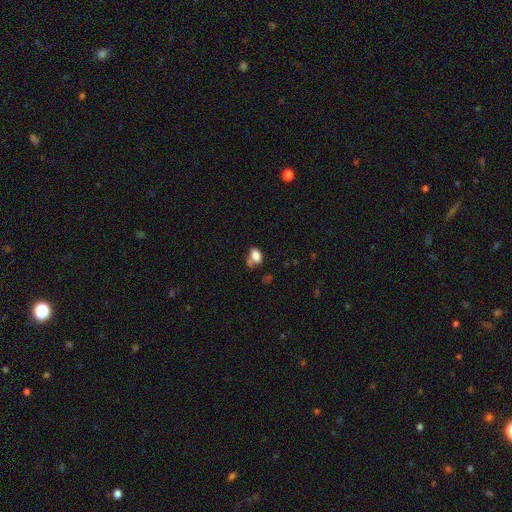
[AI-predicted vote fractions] Smooth or featured? Predicted: smooth (p=0.81). How rounded? Predicted: in between (p=0.83). Merging? Predicted: none (p=0.43).